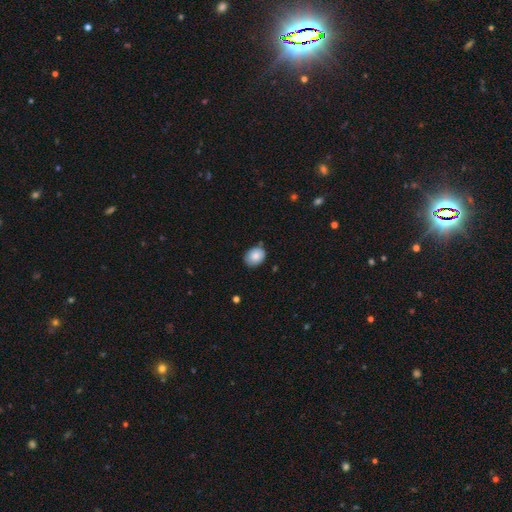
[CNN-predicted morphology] A smooth galaxy with no disk features (82%) that is in between round and cigar-shaped (56%). Merging: none (77%).